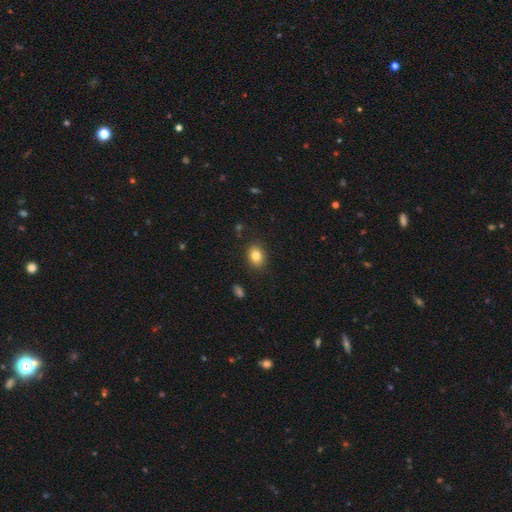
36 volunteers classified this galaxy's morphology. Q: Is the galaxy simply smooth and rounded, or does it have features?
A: smooth — 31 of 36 (86%).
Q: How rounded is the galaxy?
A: in between — 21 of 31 (68%).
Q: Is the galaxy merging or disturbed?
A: none — 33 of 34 (97%).